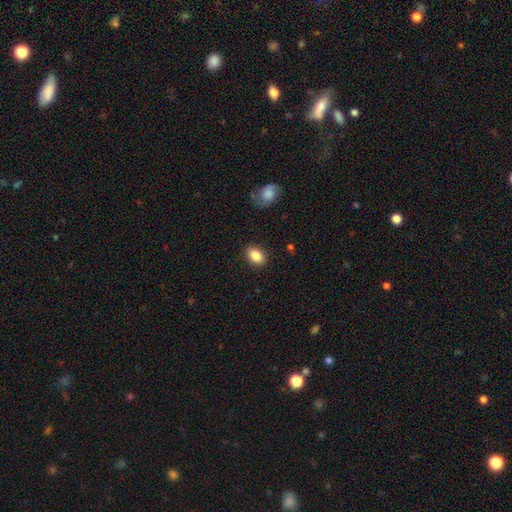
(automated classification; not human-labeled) This is clearly a smooth galaxy (86%). How rounded: clearly in between (82%). Merging: clearly none (87%).